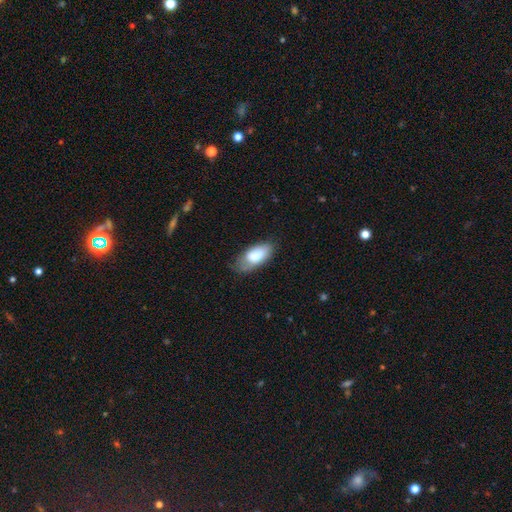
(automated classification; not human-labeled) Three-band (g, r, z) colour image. It shows a smooth galaxy with no disk features (81%) that is in between round and cigar-shaped (91%). Merging: none (55%).